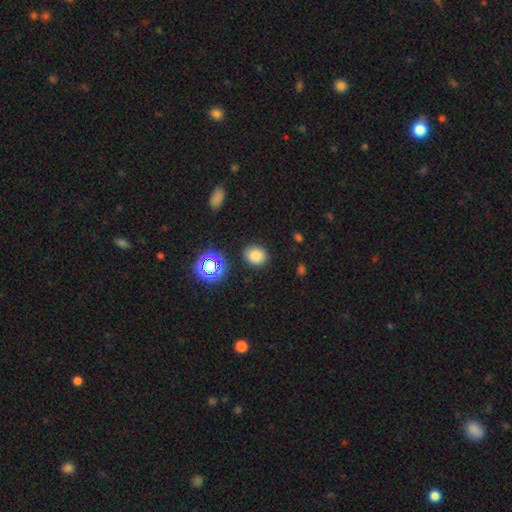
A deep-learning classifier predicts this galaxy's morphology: Overall: smooth (79%). How rounded: round (63%; in between 36%). Merging: none (86%).